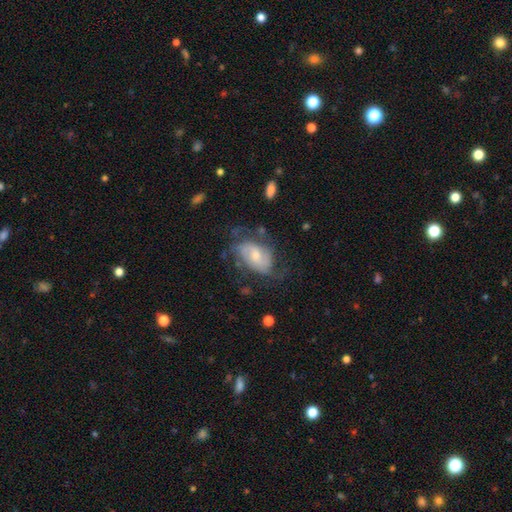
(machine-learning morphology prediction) Smooth or featured: featured or disk — 60% (smooth — 32%)
Edge-on disk: no — 96% (yes — 4%)
Bar: no — 59% (weak — 35%)
Spiral arms: yes — 78% (no — 22%)
Bulge size: moderate — 46% (small — 44%)
Merging: none — 47% (minor disturbance — 27%)